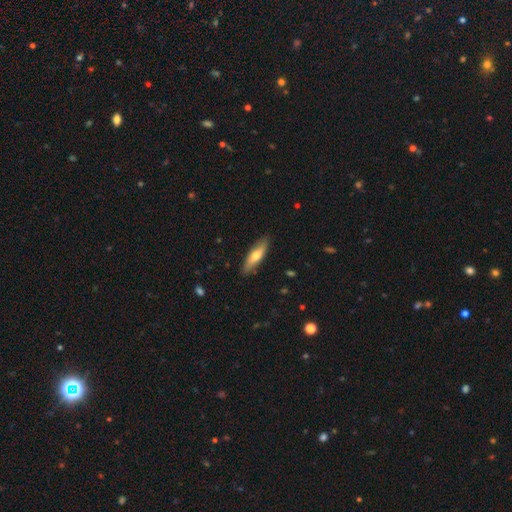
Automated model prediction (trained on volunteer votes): smooth-or-featured: smooth: 60% | featured or disk: 34% | star or artifact: 6%
  how-rounded: cigar-shaped: 61% | in between: 37% | round: 2%
  merging: none: 87% | minor disturbance: 10% | major disturbance: 2% | merger: 1%